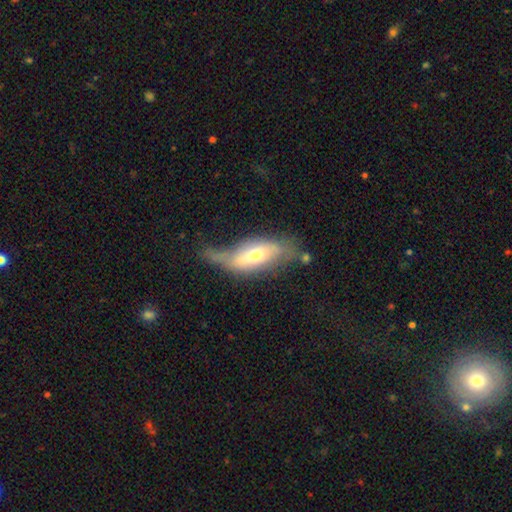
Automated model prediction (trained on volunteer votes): Smooth or featured?
  - featured or disk: 53% *
  - smooth: 40%
  - star or artifact: 7%
Edge-on disk?
  - no: 69% *
  - yes: 31%
Merging?
  - none: 33% * (tied)
  - minor disturbance: 33% * (tied)
  - major disturbance: 27%
  - merger: 7%